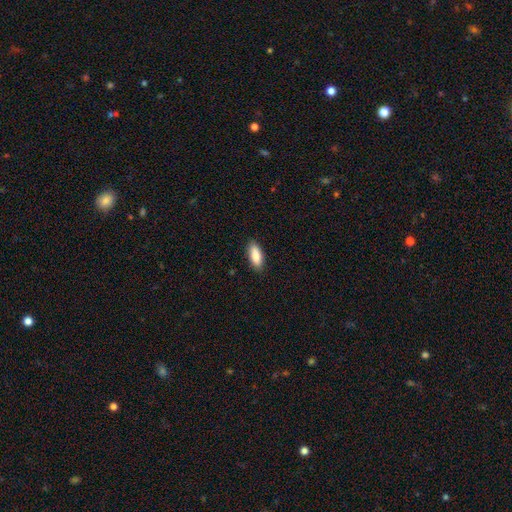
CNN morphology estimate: smooth-or-featured: smooth: 88% | featured or disk: 6% | star or artifact: 6%
  how-rounded: in between: 80% | cigar-shaped: 18% | round: 2%
  merging: none: 89% | minor disturbance: 9% | major disturbance: 2% | merger: 1%